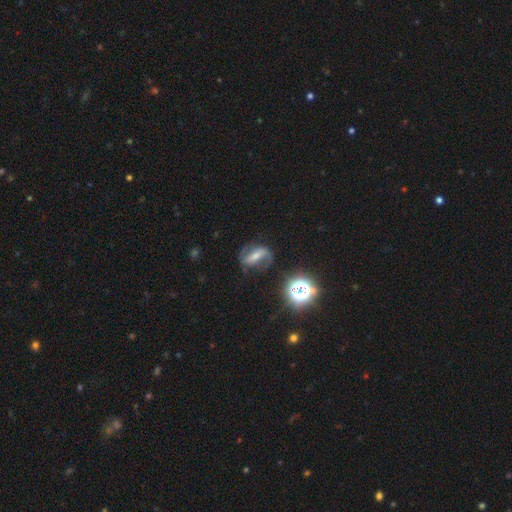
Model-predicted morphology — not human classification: Q: Smooth or featured?
A: featured or disk (70%); runner-up: smooth (16%)
Q: Edge-on disk?
A: no (93%); runner-up: yes (7%)
Q: Bar?
A: strong (60%); runner-up: weak (25%)
Q: Spiral arms?
A: yes (88%); runner-up: no (12%)
Q: Spiral winding?
A: loose (47%); runner-up: medium (37%)
Q: Spiral arm count?
A: 2 (86%); runner-up: can't tell (6%)
Q: Bulge size?
A: small (49%); runner-up: moderate (39%)
Q: Merging?
A: none (72%); runner-up: minor disturbance (16%)